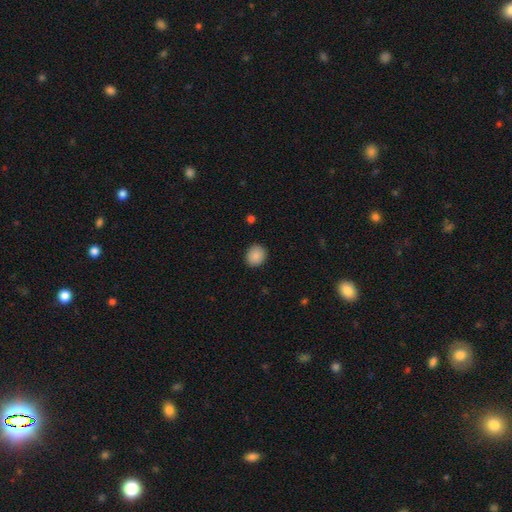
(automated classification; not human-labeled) The model was most divided on "how rounded": round: 76%, in between: 23%, cigar-shaped: 1%. More confident: merging — none (90%); smooth or featured — smooth (88%).